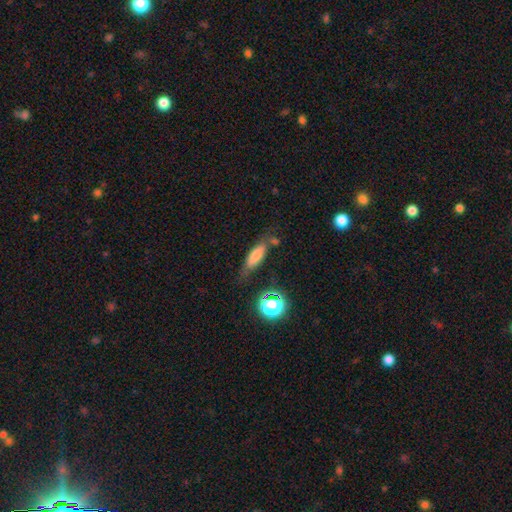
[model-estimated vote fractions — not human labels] smooth 72%, featured or disk 16%, star or artifact 12%. Down the decision tree: how rounded — cigar-shaped (48%); merging — none (63%).